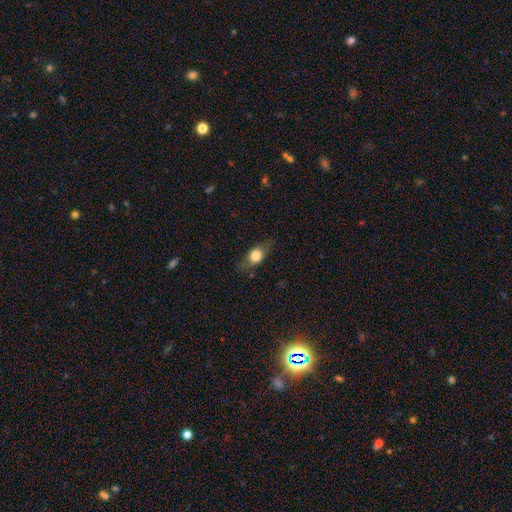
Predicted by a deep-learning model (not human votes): Smooth or featured?
  - smooth: 69% *
  - featured or disk: 23%
  - star or artifact: 8%
How rounded?
  - in between: 63% *
  - round: 29%
  - cigar-shaped: 8%
Merging?
  - none: 75% *
  - minor disturbance: 18%
  - major disturbance: 7%
  - merger: 1%